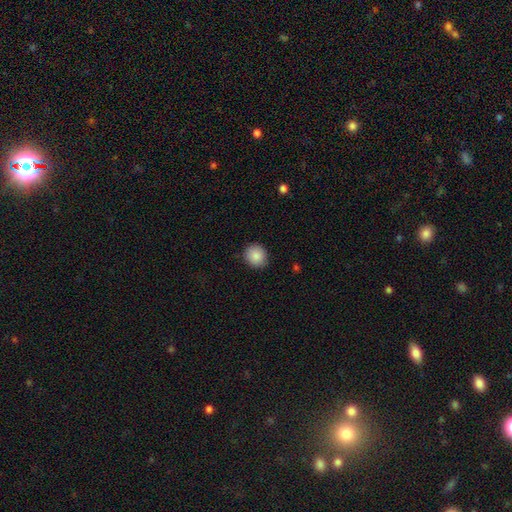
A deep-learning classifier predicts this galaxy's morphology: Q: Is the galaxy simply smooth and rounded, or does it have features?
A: smooth — 88%.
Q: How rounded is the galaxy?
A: round — 83%.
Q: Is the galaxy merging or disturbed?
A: none — 89%.